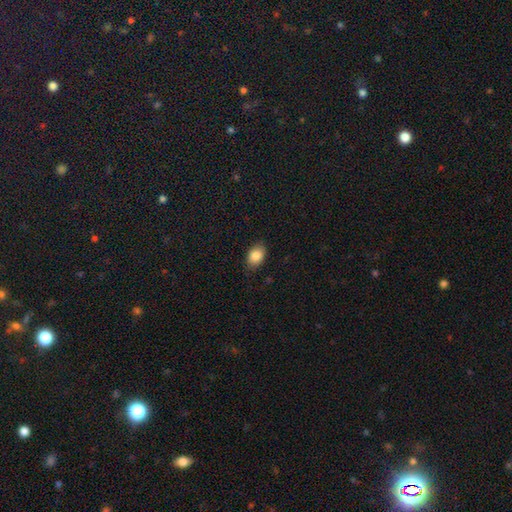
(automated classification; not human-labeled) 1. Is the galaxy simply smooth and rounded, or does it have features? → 87% smooth, 8% star or artifact, 6% featured or disk.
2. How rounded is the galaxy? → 85% in between, 14% round, 1% cigar-shaped.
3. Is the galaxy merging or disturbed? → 85% none, 12% minor disturbance, 3% major disturbance, 1% merger.